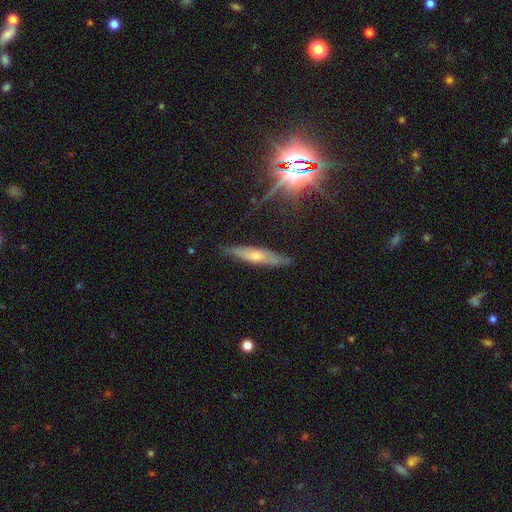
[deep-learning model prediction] Smooth or featured?
  - featured or disk: 50% *
  - smooth: 37%
  - star or artifact: 13%
Edge-on disk?
  - yes: 78% *
  - no: 22%
Merging?
  - none: 80% *
  - minor disturbance: 15%
  - major disturbance: 3%
  - merger: 1%